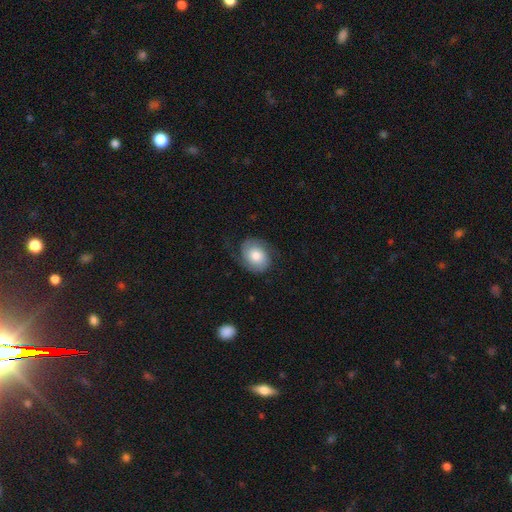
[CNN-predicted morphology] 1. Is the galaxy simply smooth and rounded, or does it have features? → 57% featured or disk, 35% smooth, 7% star or artifact.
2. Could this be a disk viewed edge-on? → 97% no, 3% yes.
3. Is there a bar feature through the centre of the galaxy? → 78% no, 18% weak, 4% strong.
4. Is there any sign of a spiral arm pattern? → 89% yes, 11% no.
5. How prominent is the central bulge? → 61% moderate, 18% large, 15% small, 4% dominant, 2% none.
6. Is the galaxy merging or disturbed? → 71% none, 17% minor disturbance, 11% major disturbance, 1% merger.